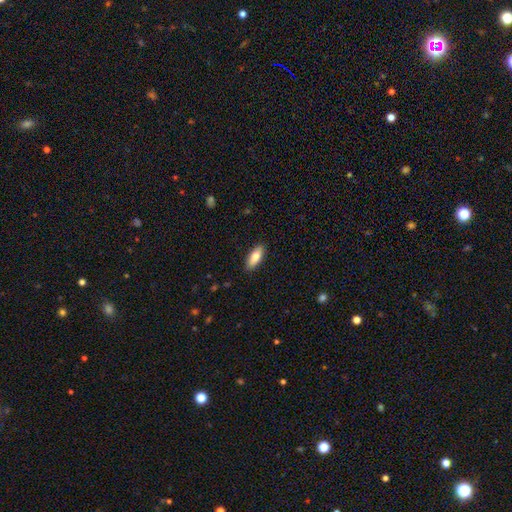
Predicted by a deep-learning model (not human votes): A smooth galaxy with no disk features (80%) that is in between round and cigar-shaped (70%).

Vote fractions:
- Smooth or featured? smooth: 80% / featured or disk: 14% / star or artifact: 6%
- How rounded? in between: 70% / cigar-shaped: 28% / round: 2%
- Merging? none: 89% / minor disturbance: 9% / major disturbance: 2% / merger: 1%